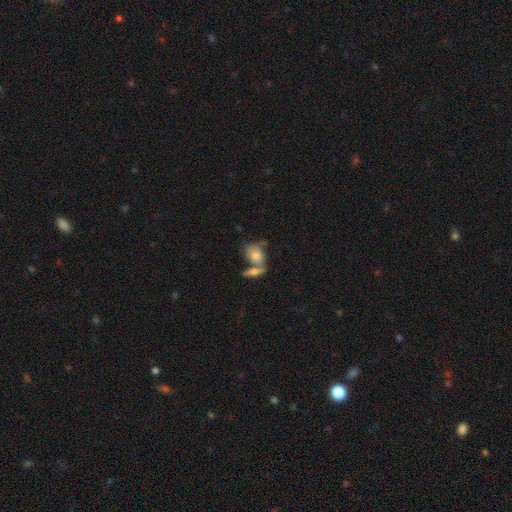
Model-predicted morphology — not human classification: A smooth galaxy with no disk features (64%) that is in between round and cigar-shaped (73%). Merging: merger (46%).